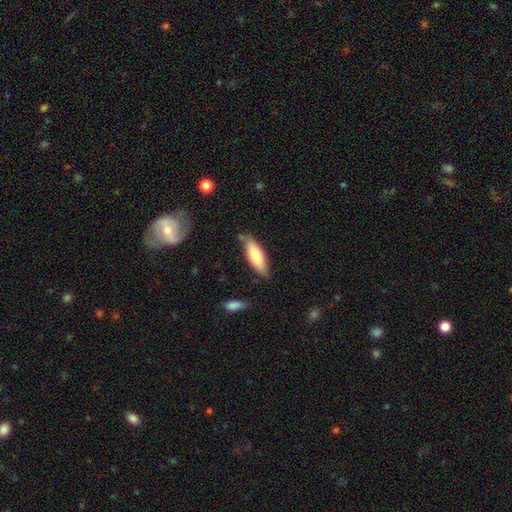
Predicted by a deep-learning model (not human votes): Smooth or featured? Predicted: smooth (p=0.72). How rounded? Predicted: in between (p=0.62). Merging? Predicted: none (p=0.77).